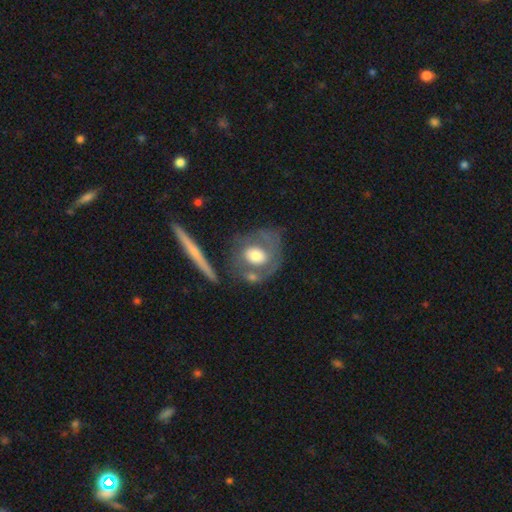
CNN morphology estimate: This is possibly a featured or disk galaxy (52%). It is clearly not viewed edge-on (92%). Merging: possibly none (53%).